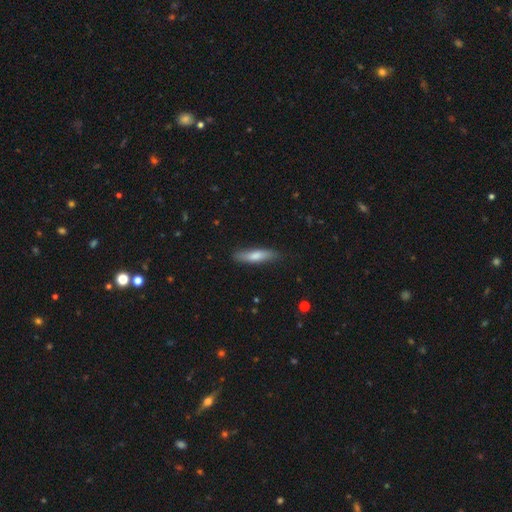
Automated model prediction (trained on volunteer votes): A smooth galaxy with no disk features (73%) that is cigar-shaped (75%). Merging: none (83%).